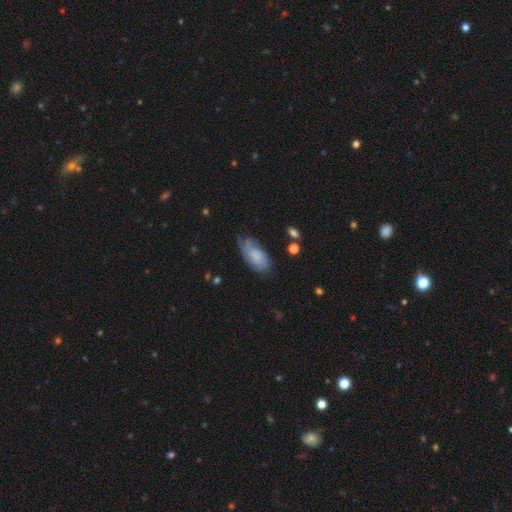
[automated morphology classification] smooth_or_featured: smooth (p=0.62) [alt: featured or disk p=0.30]
how_rounded: in between (p=0.90) [alt: cigar-shaped p=0.07]
merging: none (p=0.45) [alt: minor disturbance p=0.35]